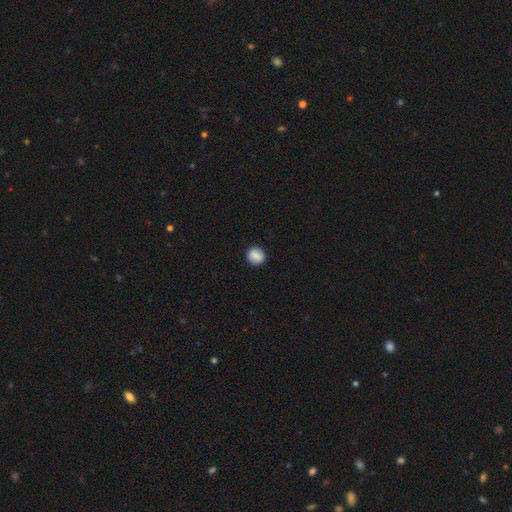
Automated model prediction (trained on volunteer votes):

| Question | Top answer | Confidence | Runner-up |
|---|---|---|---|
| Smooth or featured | smooth | 84% | star or artifact (8%) |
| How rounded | round | 83% | in between (16%) |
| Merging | none | 89% | minor disturbance (8%) |